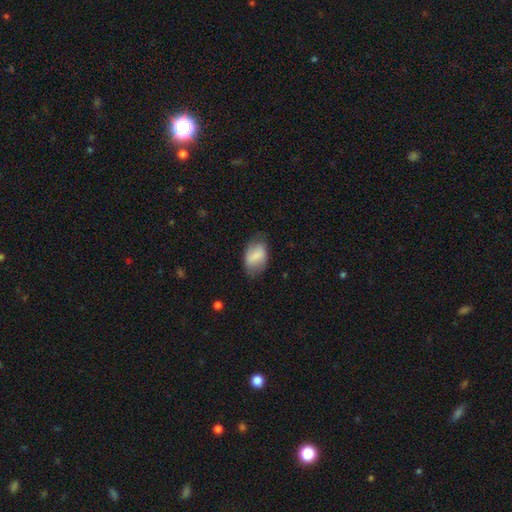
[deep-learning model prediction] The model was most divided on "merging": none: 64%, minor disturbance: 26%, major disturbance: 9%, merger: 1%. More confident: how rounded — in between (88%); smooth or featured — smooth (66%).